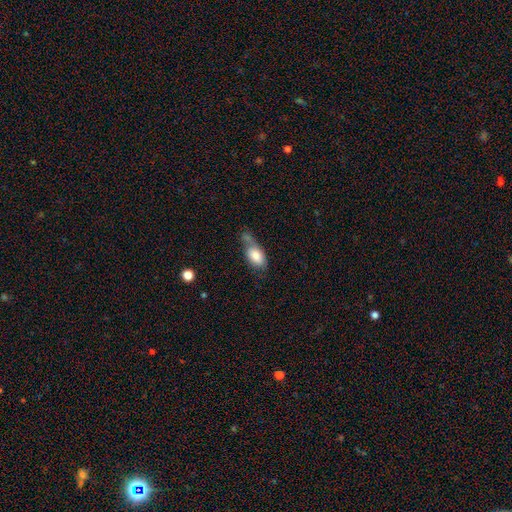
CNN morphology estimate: This appears to be a smooth galaxy with no disk features (77%) that is in between round and cigar-shaped (89%). Merging: none (30%).